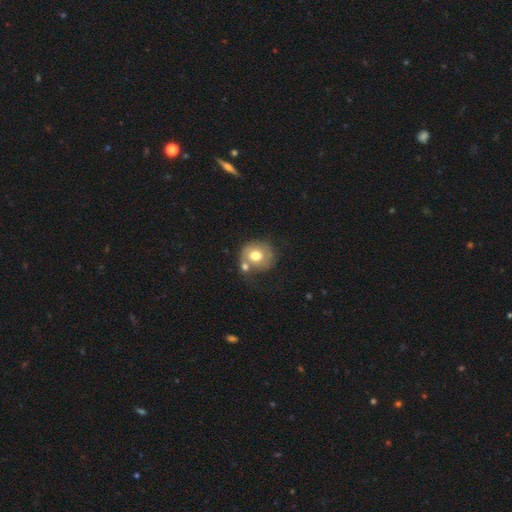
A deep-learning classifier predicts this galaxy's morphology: smooth-or-featured: smooth: 67% | featured or disk: 25% | star or artifact: 8%
  how-rounded: round: 80% | in between: 19% | cigar-shaped: 1%
  merging: none: 46% | merger: 30% | minor disturbance: 16% | major disturbance: 8%